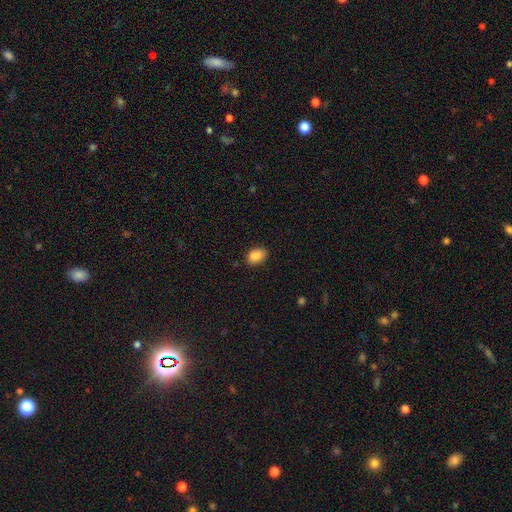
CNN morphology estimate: smooth 87%, star or artifact 9%, featured or disk 5%. Down the decision tree: how rounded — in between (83%); merging — none (78%).